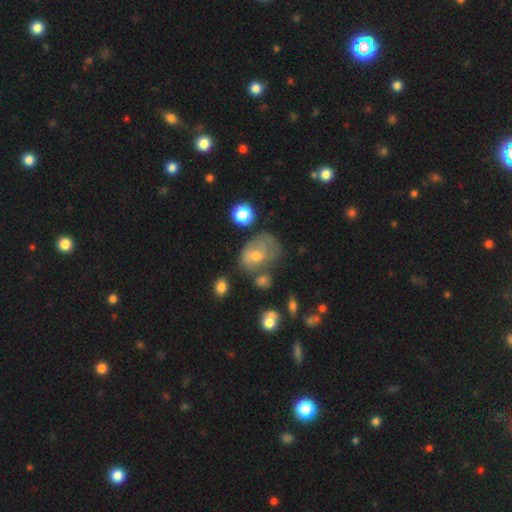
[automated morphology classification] Q: Smooth or featured?
A: smooth (52%); runner-up: featured or disk (35%)
Q: How rounded?
A: in between (66%); runner-up: round (32%)
Q: Merging?
A: none (33%); runner-up: minor disturbance (32%)